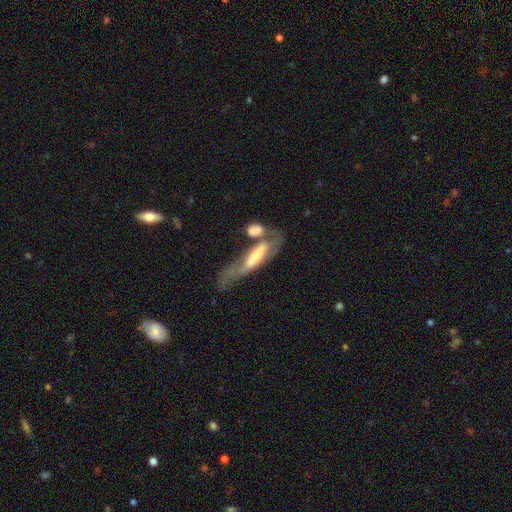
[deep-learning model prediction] Morphology: type=featured or disk (61%); edge-on=yes (51%); merging=none (37%).